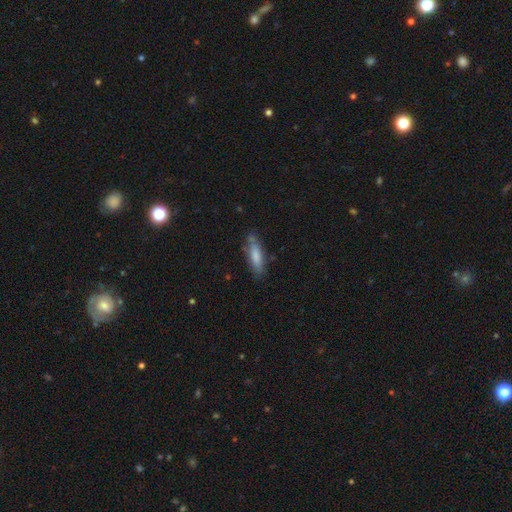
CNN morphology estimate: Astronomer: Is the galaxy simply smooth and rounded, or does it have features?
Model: smooth — 77%.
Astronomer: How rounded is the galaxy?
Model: cigar-shaped — 55% (runner-up: in between, 43%).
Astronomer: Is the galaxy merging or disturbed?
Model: none — 72%.